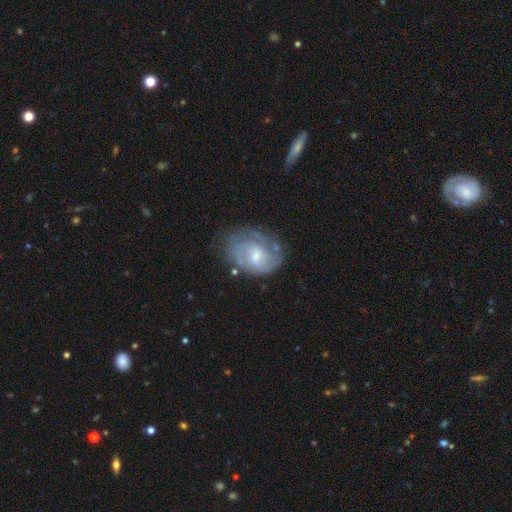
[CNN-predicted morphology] Smooth or featured? Predicted: featured or disk (p=0.66). Edge-on disk? Predicted: no (p=0.97). Bar? Predicted: weak (p=0.49). Spiral arms? Predicted: yes (p=0.76). Bulge size? Predicted: small (p=0.46). Merging? Predicted: none (p=0.55).